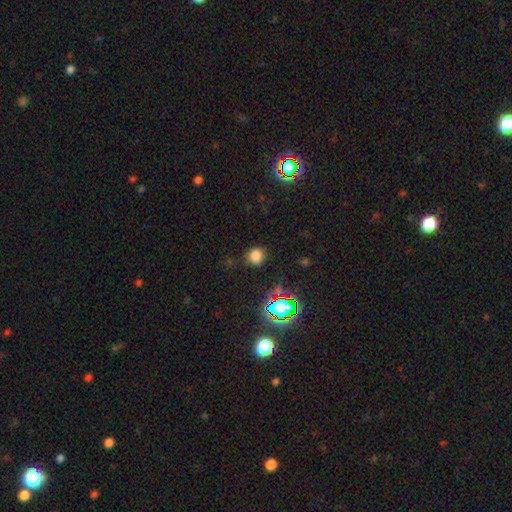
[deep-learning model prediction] Q: Smooth or featured?
A: smooth (75%); runner-up: star or artifact (20%)
Q: How rounded?
A: round (84%); runner-up: in between (15%)
Q: Merging?
A: none (83%); runner-up: minor disturbance (12%)